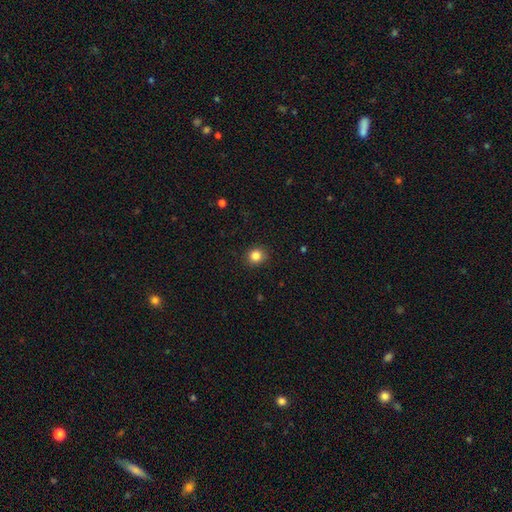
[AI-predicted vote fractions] Q: Smooth or featured?
A: smooth (85%); runner-up: star or artifact (11%)
Q: How rounded?
A: round (83%); runner-up: in between (16%)
Q: Merging?
A: none (90%); runner-up: minor disturbance (7%)